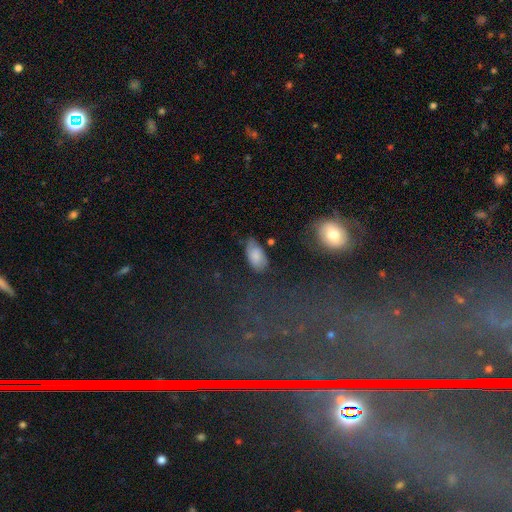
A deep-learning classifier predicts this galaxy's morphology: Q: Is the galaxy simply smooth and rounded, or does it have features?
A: smooth — 77%.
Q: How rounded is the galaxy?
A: in between — 94%.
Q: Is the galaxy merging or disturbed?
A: none — 68%.